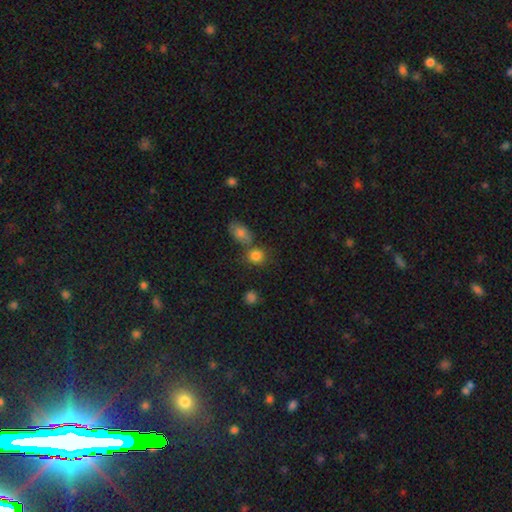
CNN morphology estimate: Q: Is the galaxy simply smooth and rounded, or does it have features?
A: smooth — 83%.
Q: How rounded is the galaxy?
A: round — 77%.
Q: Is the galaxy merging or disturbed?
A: none — 60%.